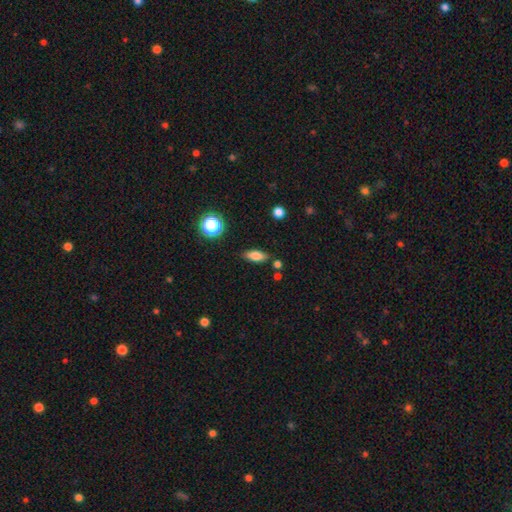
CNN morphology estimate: This appears to be a smooth galaxy with no disk features (76%) that is in between round and cigar-shaped (72%). Merging: none (81%).